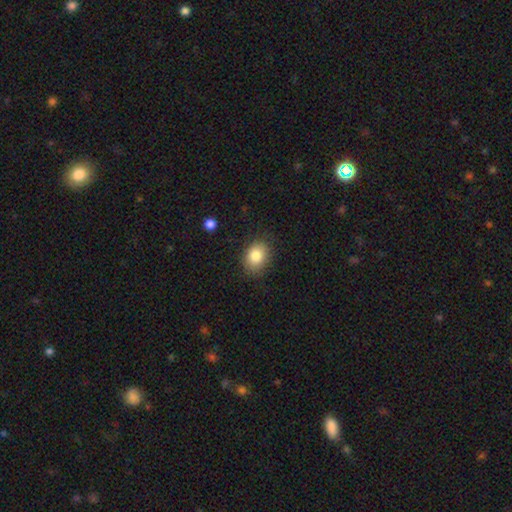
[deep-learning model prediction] This is clearly a smooth galaxy (84%). How rounded: possibly in between (60%). Merging: clearly none (82%).